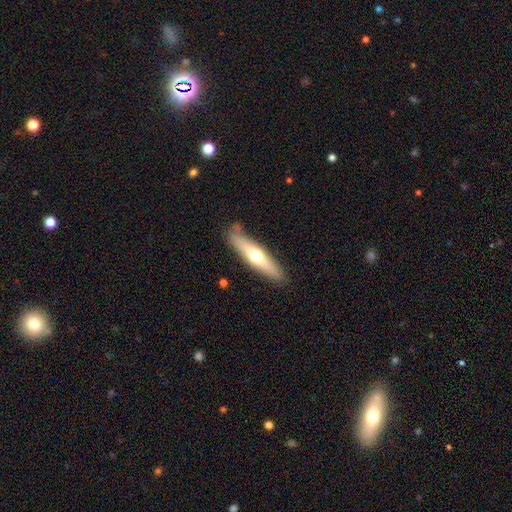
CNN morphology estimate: type=smooth (48%); merging=none (83%).